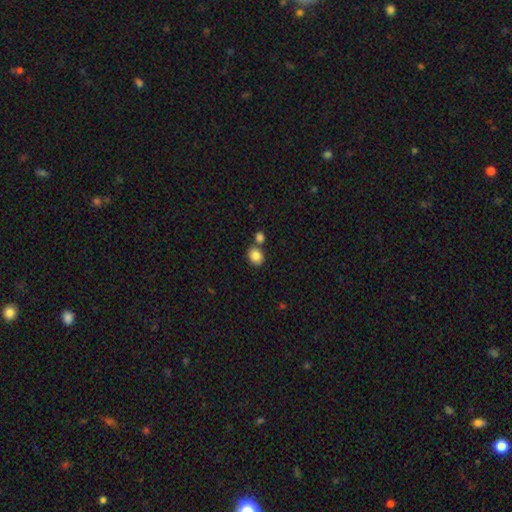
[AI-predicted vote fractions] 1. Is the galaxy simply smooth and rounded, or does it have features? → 84% smooth, 9% star or artifact, 7% featured or disk.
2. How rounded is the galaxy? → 57% round, 42% in between, 1% cigar-shaped.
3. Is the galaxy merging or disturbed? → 63% none, 24% merger, 10% minor disturbance, 3% major disturbance.